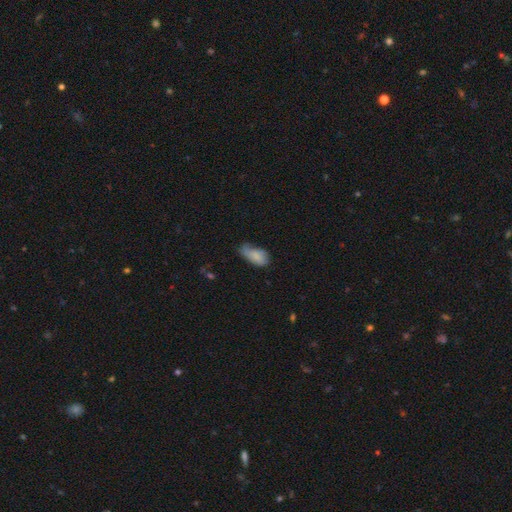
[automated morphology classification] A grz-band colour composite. It shows a smooth galaxy with no disk features (78%) that is in between round and cigar-shaped (92%). Merging: minor disturbance (43%).